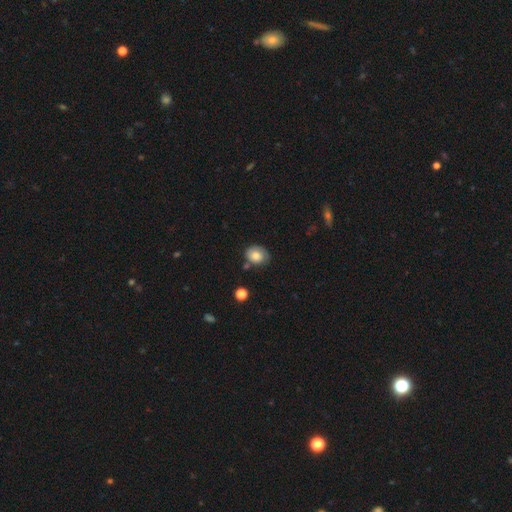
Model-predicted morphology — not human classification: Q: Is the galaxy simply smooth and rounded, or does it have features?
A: smooth — 73%.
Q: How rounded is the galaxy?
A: in between — 50%.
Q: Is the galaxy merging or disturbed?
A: none — 66%.